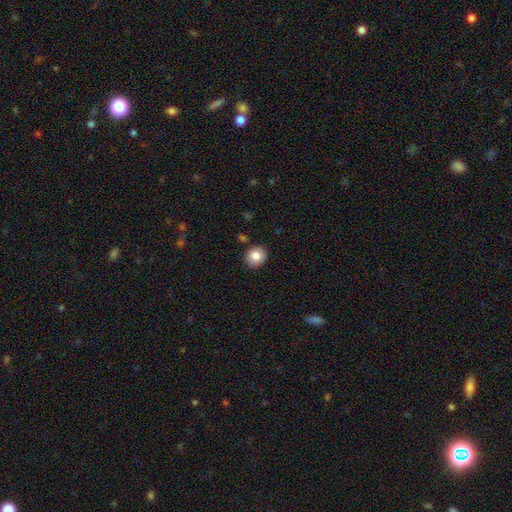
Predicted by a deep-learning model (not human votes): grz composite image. It shows a smooth galaxy with no disk features (83%) that is round (76%). Merging: none (88%).